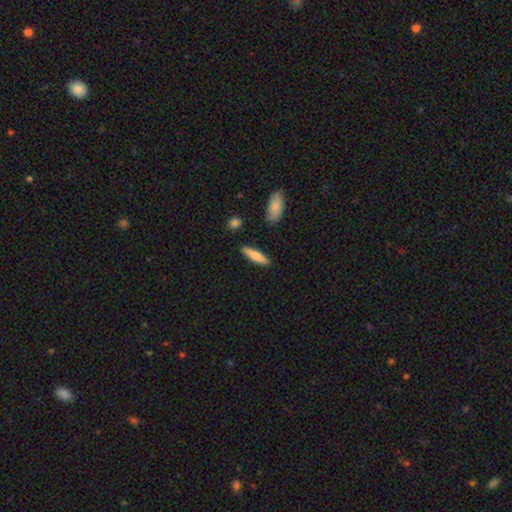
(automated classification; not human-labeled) Smooth or featured: smooth — 77% (featured or disk — 18%)
How rounded: cigar-shaped — 74% (in between — 24%)
Merging: none — 86% (minor disturbance — 9%)